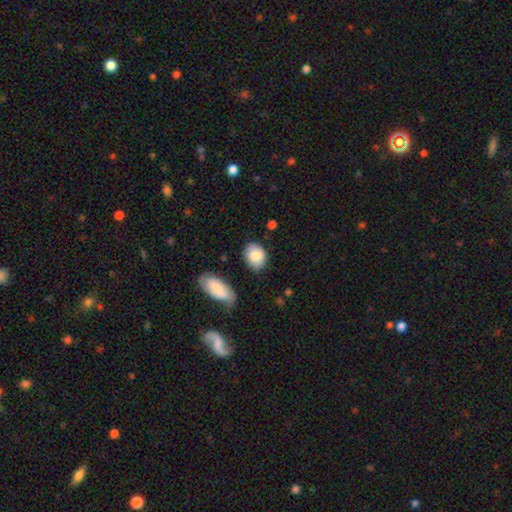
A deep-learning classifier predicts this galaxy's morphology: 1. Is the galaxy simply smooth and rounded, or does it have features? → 81% smooth, 12% featured or disk, 7% star or artifact.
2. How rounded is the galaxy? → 69% in between, 30% round, 1% cigar-shaped.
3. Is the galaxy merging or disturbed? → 74% none, 19% minor disturbance, 4% major disturbance, 3% merger.